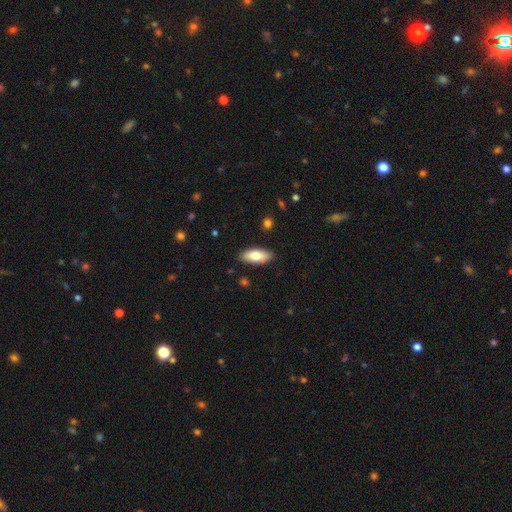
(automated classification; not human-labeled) smooth 78%, featured or disk 16%, star or artifact 6%. Down the decision tree: how rounded — in between (78%); merging — none (88%).